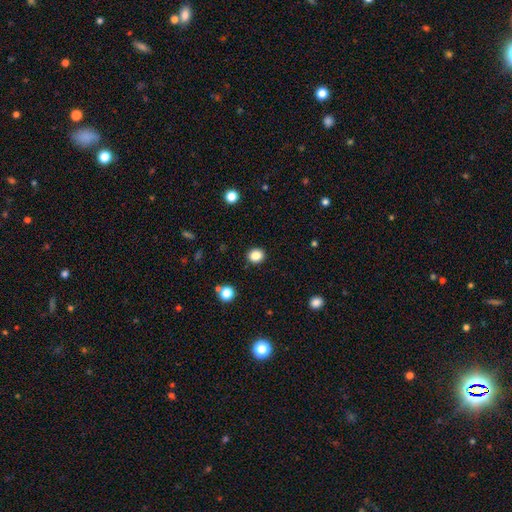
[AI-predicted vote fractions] smooth_or_featured: smooth (p=0.86) [alt: star or artifact p=0.11]
how_rounded: round (p=0.80) [alt: in between p=0.19]
merging: none (p=0.91) [alt: minor disturbance p=0.06]